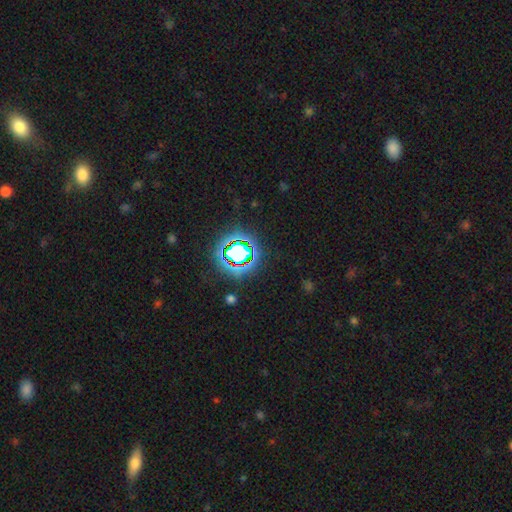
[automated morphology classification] star or artifact 80%, smooth 13%, featured or disk 7%.